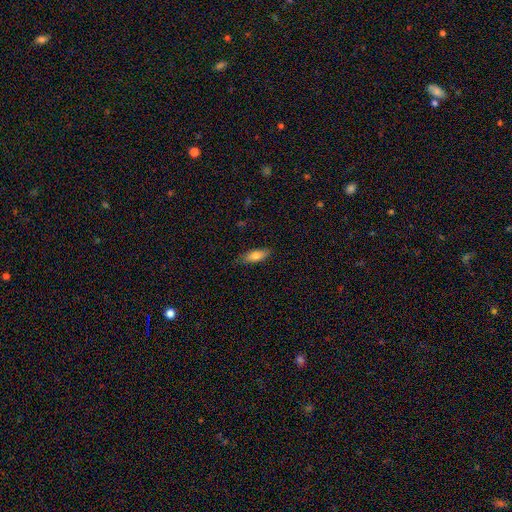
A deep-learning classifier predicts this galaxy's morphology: This is likely a smooth galaxy (76%). How rounded: likely in between (68%). Merging: clearly none (81%).